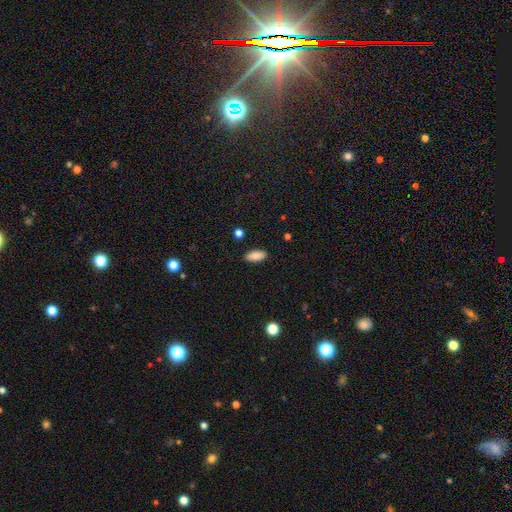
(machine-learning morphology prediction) Smooth or featured? Predicted: smooth (p=0.88). How rounded? Predicted: in between (p=0.87). Merging? Predicted: none (p=0.89).